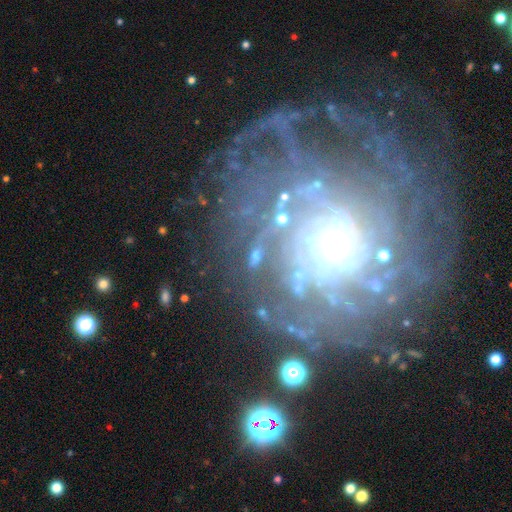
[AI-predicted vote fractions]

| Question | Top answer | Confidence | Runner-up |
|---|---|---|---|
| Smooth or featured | featured or disk | 43% | star or artifact (30%) |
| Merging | none | 54% | minor disturbance (18%) |